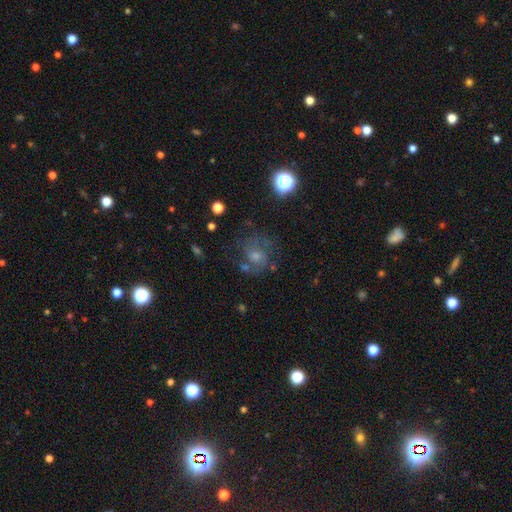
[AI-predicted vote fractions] Q: Smooth or featured?
A: featured or disk (48%); runner-up: smooth (28%)
Q: Merging?
A: none (65%); runner-up: minor disturbance (17%)